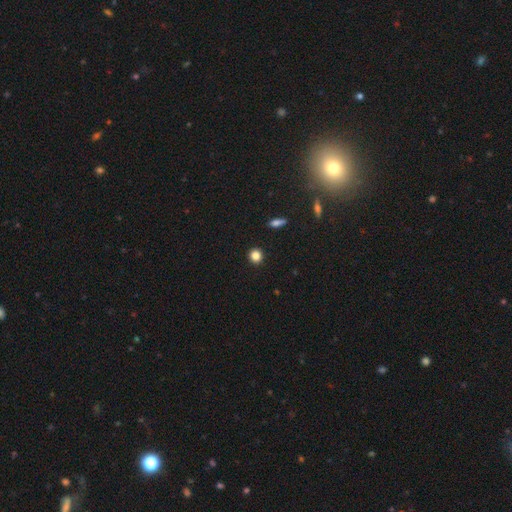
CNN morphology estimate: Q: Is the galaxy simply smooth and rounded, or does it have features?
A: smooth — 84%.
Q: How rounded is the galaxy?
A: round — 90%.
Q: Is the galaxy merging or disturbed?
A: none — 92%.